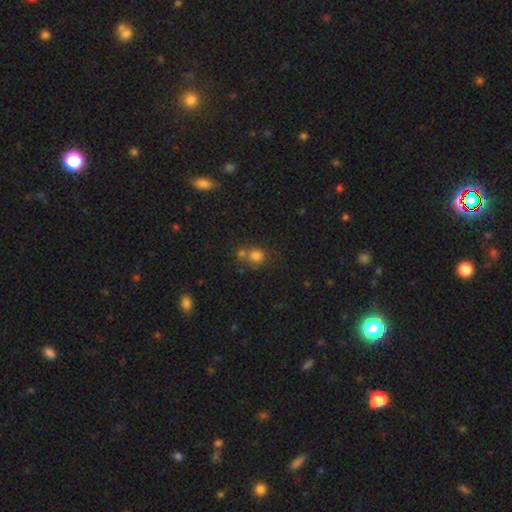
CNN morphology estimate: Overall: smooth (77%). How rounded: round (76%). Merging: none (51%; merger 33%).